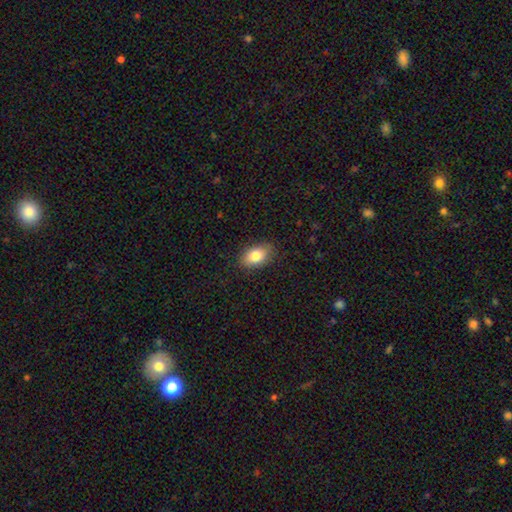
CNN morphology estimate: smooth_or_featured: smooth (p=0.82) [alt: featured or disk p=0.11]
how_rounded: in between (p=0.89) [alt: round p=0.09]
merging: none (p=0.85) [alt: minor disturbance p=0.11]